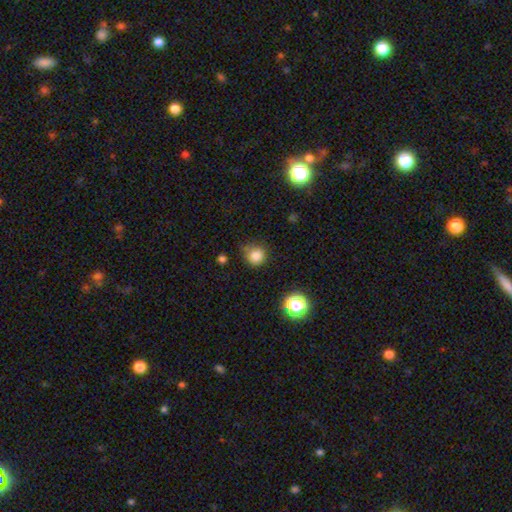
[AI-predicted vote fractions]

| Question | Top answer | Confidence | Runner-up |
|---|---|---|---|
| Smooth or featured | smooth | 83% | star or artifact (13%) |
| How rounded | round | 89% | in between (10%) |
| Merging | none | 67% | minor disturbance (23%) |